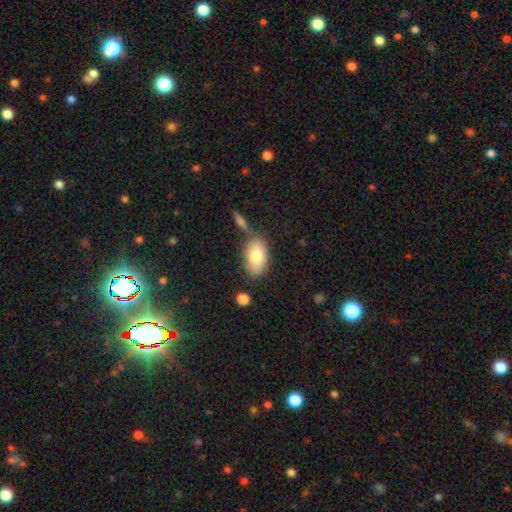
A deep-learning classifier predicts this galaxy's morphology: Smooth or featured? smooth (79%)
How rounded? in between (92%)
Merging? none (66%)